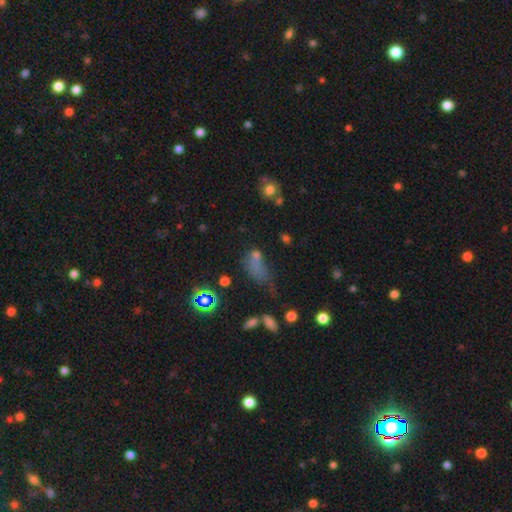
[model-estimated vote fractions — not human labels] smooth 56%, star or artifact 28%, featured or disk 16%. Down the decision tree: how rounded — in between (71%); merging — major disturbance (34%).